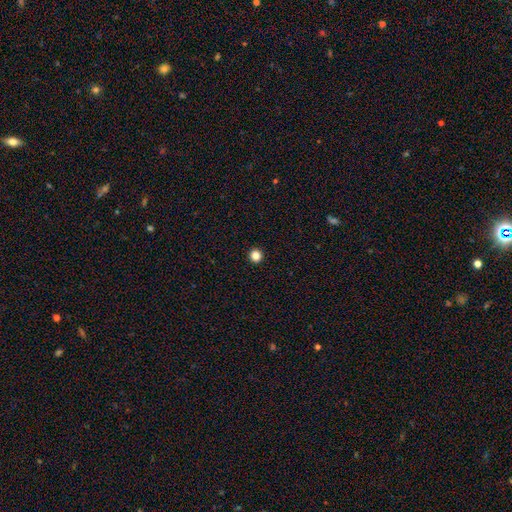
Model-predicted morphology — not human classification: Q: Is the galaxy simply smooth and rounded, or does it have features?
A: smooth — 84%.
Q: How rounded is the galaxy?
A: round — 95%.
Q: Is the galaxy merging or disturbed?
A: none — 94%.